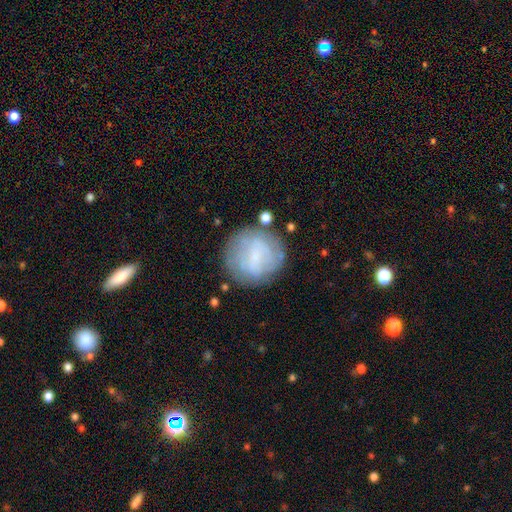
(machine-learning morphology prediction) A smooth galaxy with no disk features (47%).

Vote fractions:
- Smooth or featured? smooth: 47% / featured or disk: 44% / star or artifact: 9%
- Merging? none: 70% / minor disturbance: 17% / major disturbance: 8% / merger: 4%